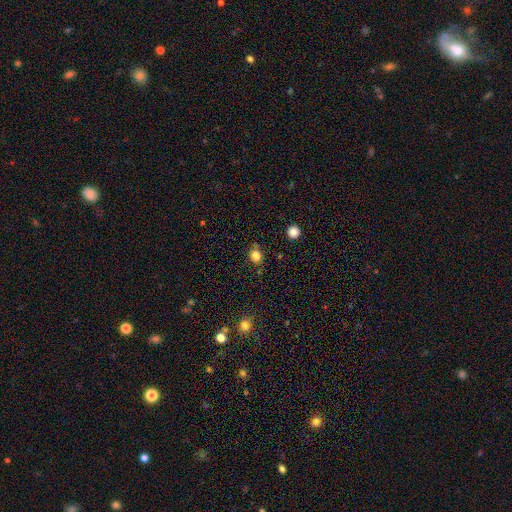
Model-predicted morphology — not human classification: smooth-or-featured: smooth: 82% | star or artifact: 13% | featured or disk: 5%
  how-rounded: round: 57% | in between: 42% | cigar-shaped: 1%
  merging: none: 81% | minor disturbance: 13% | major disturbance: 3% | merger: 3%